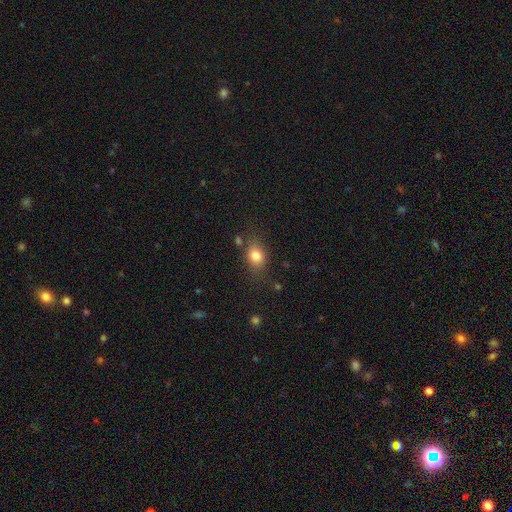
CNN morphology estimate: Smooth or featured: smooth — 80% (star or artifact — 11%)
How rounded: in between — 61% (round — 37%)
Merging: none — 74% (minor disturbance — 17%)